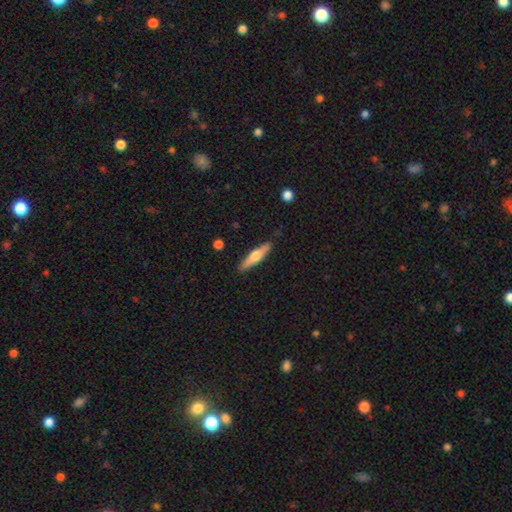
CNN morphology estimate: A featured or disk galaxy (52%) viewed edge-on (94%). Merging: none (89%).